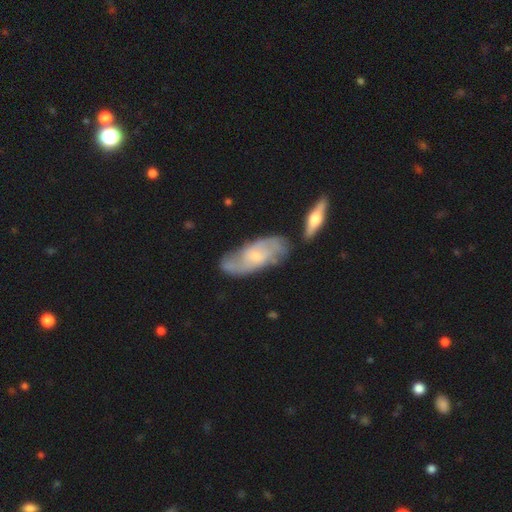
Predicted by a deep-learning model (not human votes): Morphology: type=featured or disk (70%); edge-on=no (88%); bar=no (58%); spiral arms=yes (87%); winding=medium (42%); arm count=2 (60%); bulge=small (65%); merging=none (60%).